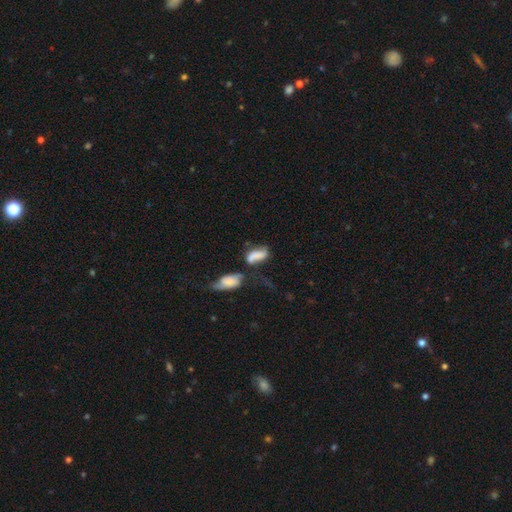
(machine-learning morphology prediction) Smooth or featured? Predicted: smooth (p=0.57). How rounded? Predicted: in between (p=0.84). Merging? Predicted: merger (p=0.34).